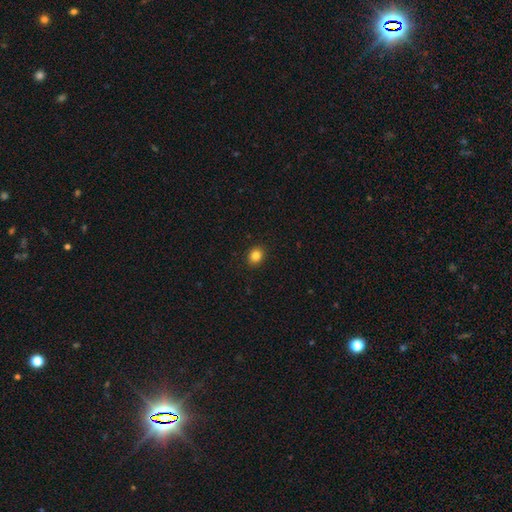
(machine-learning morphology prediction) The model was most divided on "how rounded": round: 66%, in between: 34%, cigar-shaped: 1%. More confident: merging — none (92%); smooth or featured — smooth (83%).